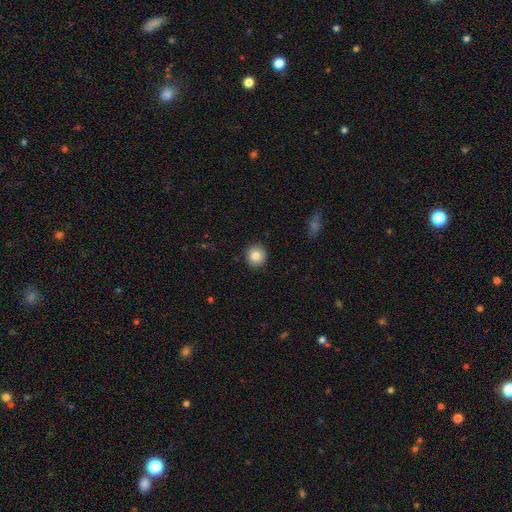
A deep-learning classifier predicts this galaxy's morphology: smooth 85%, star or artifact 9%, featured or disk 6%. Down the decision tree: how rounded — round (90%); merging — none (91%).